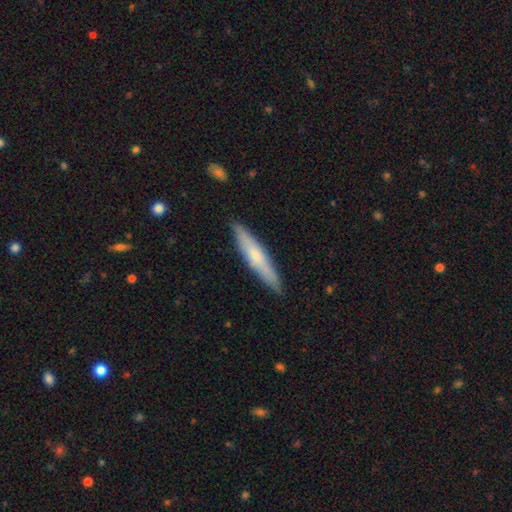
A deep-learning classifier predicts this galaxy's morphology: type=smooth (56%); roundness=cigar-shaped (90%); merging=none (87%).